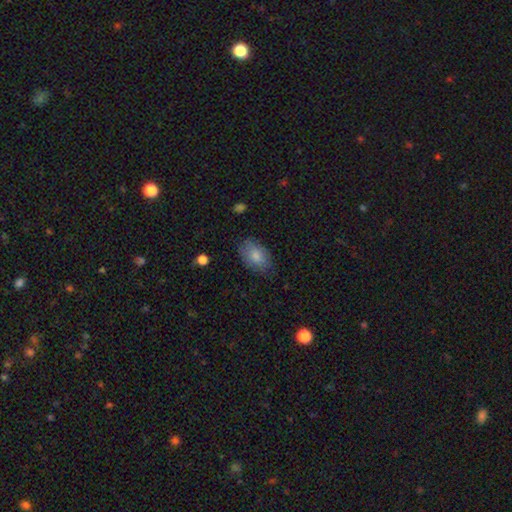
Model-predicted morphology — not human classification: smooth 82%, featured or disk 11%, star or artifact 7%. Down the decision tree: how rounded — in between (90%); merging — none (75%).